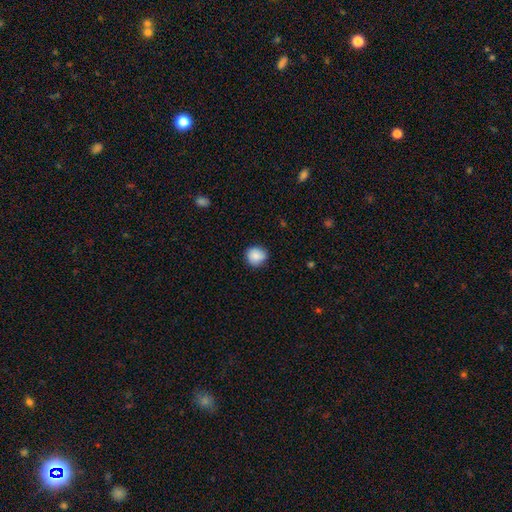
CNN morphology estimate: A smooth galaxy with no disk features (84%) that is round (87%).

Vote fractions:
- Smooth or featured? smooth: 84% / featured or disk: 8% / star or artifact: 8%
- How rounded? round: 87% / in between: 12% / cigar-shaped: 1%
- Merging? none: 81% / minor disturbance: 15% / major disturbance: 3% / merger: 1%